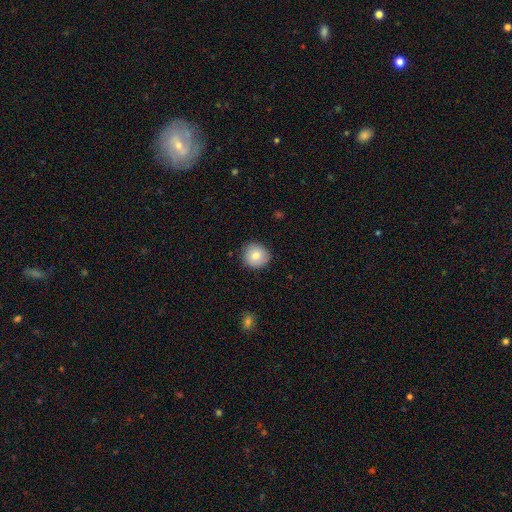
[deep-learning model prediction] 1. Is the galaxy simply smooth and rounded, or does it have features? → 78% smooth, 13% featured or disk, 8% star or artifact.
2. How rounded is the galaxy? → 91% round, 8% in between, 1% cigar-shaped.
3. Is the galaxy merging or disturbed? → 85% none, 12% minor disturbance, 2% major disturbance, 1% merger.